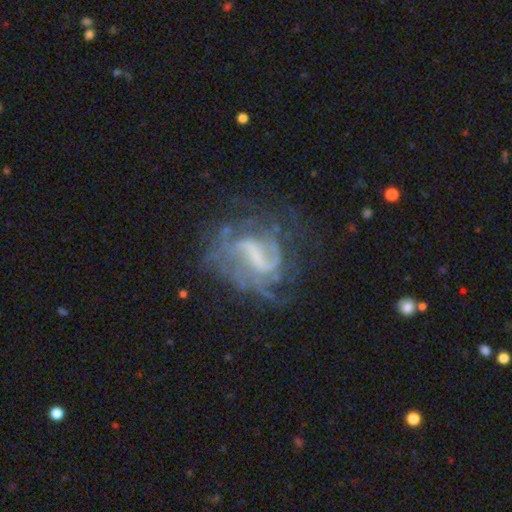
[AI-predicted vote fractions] Morphology: type=featured or disk (82%); edge-on=no (97%); bar=weak (44%); spiral arms=yes (84%); winding=medium (41%); arm count=can't tell (36%); bulge=none (44%); merging=none (48%).